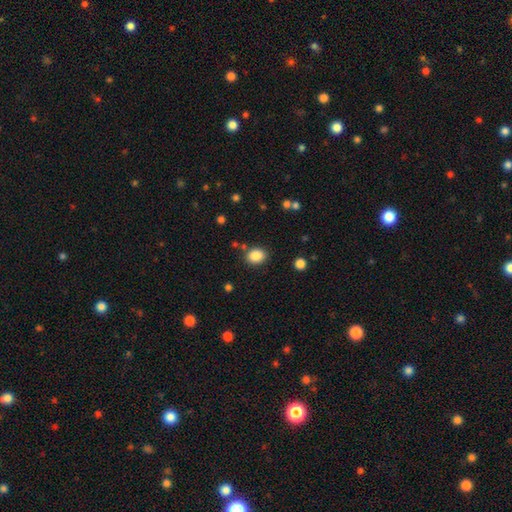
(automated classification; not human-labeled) This appears to be a smooth galaxy with no disk features (86%) that is in between round and cigar-shaped (50%, tied with round). Merging: none (83%).